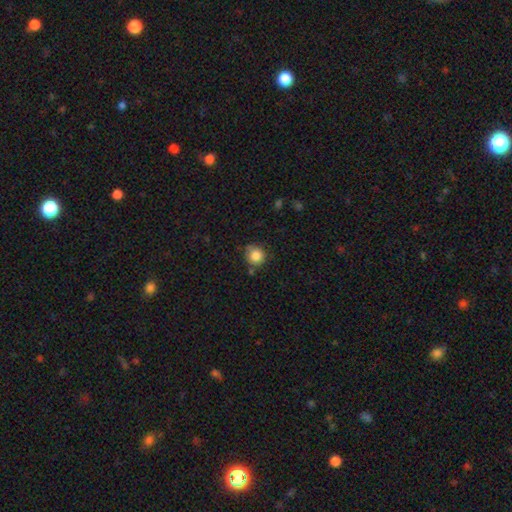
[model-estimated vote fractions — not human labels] smooth 85%, star or artifact 10%, featured or disk 5%. Down the decision tree: how rounded — round (92%); merging — none (74%).